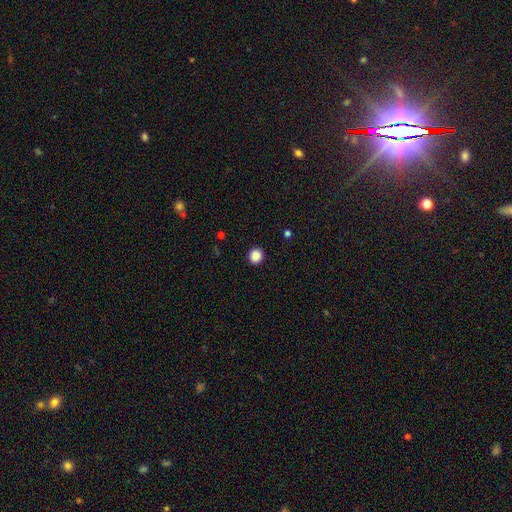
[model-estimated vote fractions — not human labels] Smooth or featured? smooth (88%)
How rounded? round (86%)
Merging? none (92%)